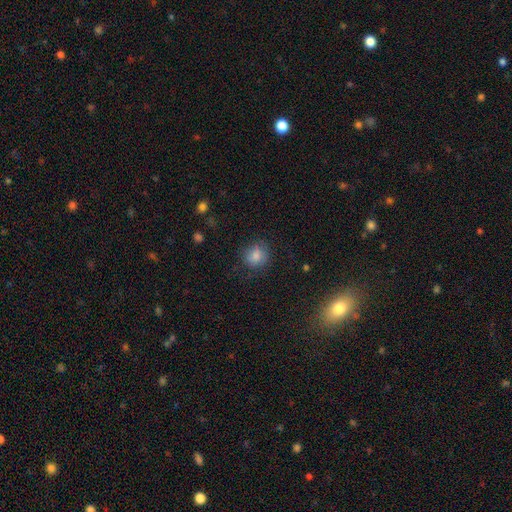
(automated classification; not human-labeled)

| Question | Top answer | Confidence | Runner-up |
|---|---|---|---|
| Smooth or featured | smooth | 77% | star or artifact (13%) |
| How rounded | round | 76% | in between (22%) |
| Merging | none | 76% | minor disturbance (16%) |